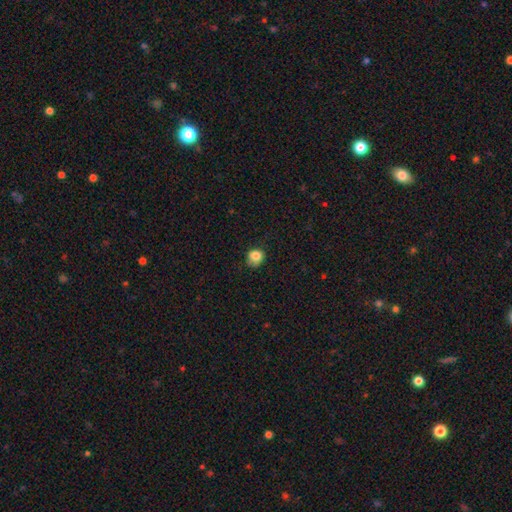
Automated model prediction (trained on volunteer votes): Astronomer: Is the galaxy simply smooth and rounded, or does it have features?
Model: smooth — 83%.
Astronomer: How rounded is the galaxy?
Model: round — 70%.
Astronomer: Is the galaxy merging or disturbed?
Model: none — 59%.